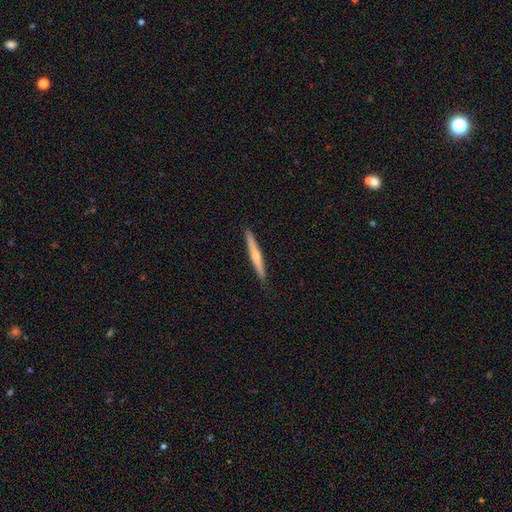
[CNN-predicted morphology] A featured or disk galaxy (51%) viewed edge-on (97%).

Vote fractions:
- Smooth or featured? featured or disk: 51% / smooth: 44% / star or artifact: 5%
- Edge-on disk? yes: 97% / no: 3%
- Merging? none: 91% / minor disturbance: 7% / major disturbance: 1% / merger: 1%